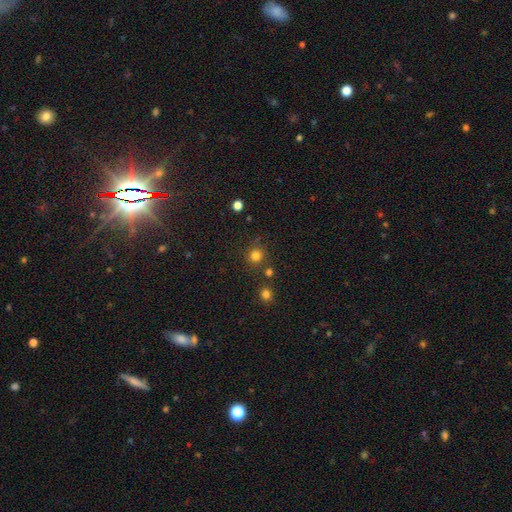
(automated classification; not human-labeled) This appears to be a smooth galaxy with no disk features (79%) that is round (91%). Merging: none (79%).